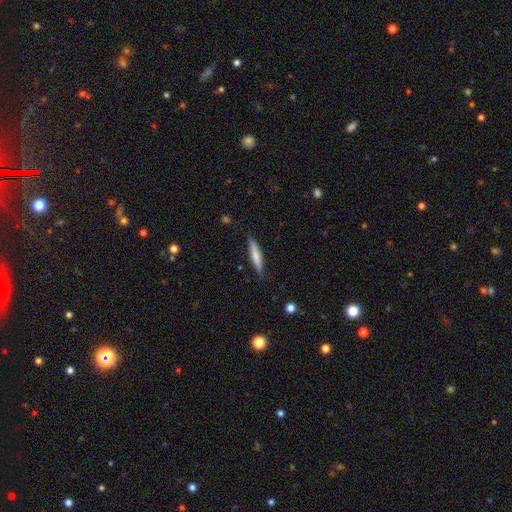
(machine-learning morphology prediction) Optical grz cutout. It shows a smooth galaxy with no disk features (70%) that is cigar-shaped (87%). Merging: none (84%).